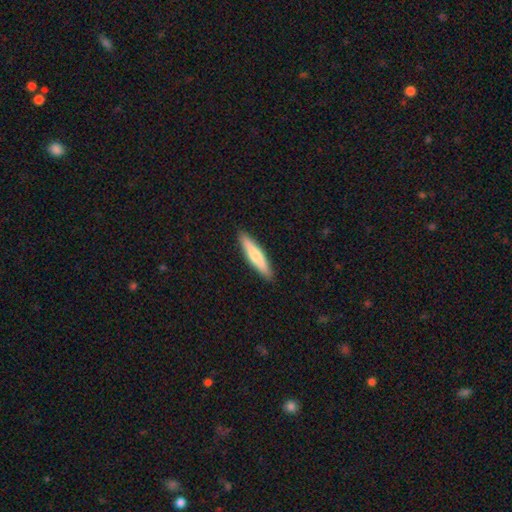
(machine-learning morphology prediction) Overall: smooth (65%; featured or disk 30%). How rounded: cigar-shaped (86%). Merging: none (90%).